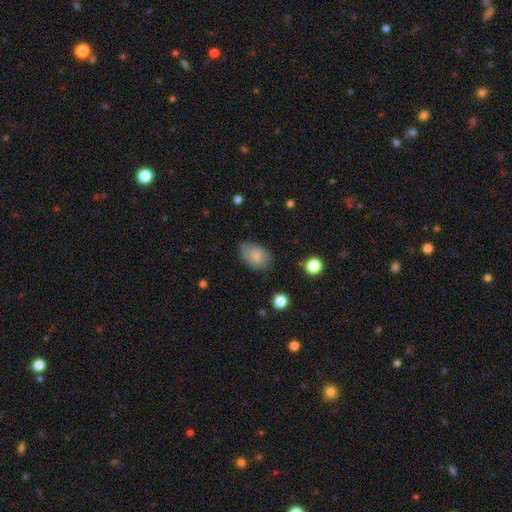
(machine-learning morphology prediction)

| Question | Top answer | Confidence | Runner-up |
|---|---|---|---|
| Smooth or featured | smooth | 75% | featured or disk (17%) |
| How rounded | in between | 88% | round (11%) |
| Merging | none | 67% | minor disturbance (25%) |